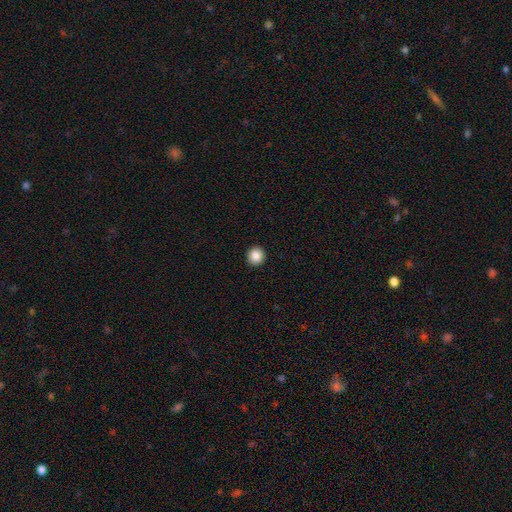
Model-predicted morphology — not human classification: smooth-or-featured: smooth: 87% | star or artifact: 9% | featured or disk: 4%
  how-rounded: round: 91% | in between: 8% | cigar-shaped: 1%
  merging: none: 93% | minor disturbance: 5% | major disturbance: 1% | merger: 1%